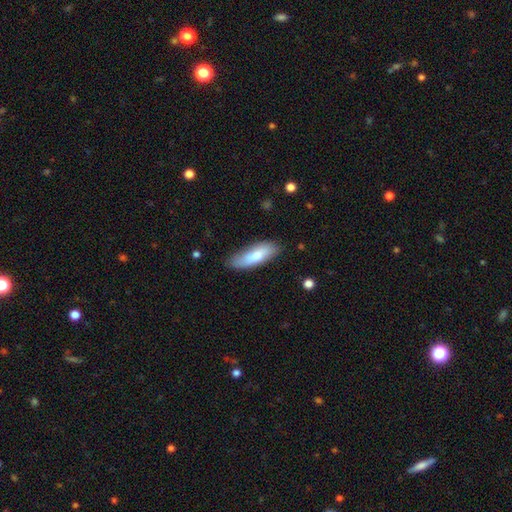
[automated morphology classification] Smooth or featured? smooth (79%)
How rounded? in between (55%)
Merging? none (77%)